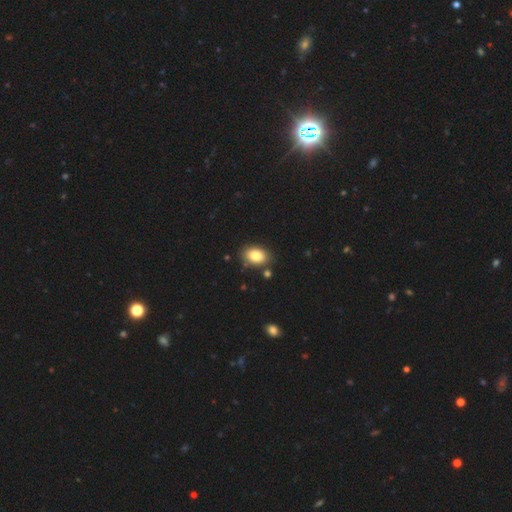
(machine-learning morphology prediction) A smooth galaxy with no disk features (84%) that is in between round and cigar-shaped (85%). Merging: none (82%).